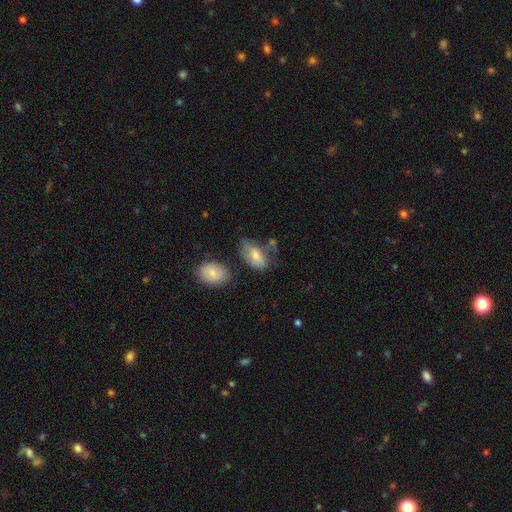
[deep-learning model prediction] smooth 69%, featured or disk 23%, star or artifact 8%. Down the decision tree: how rounded — in between (91%); merging — none (41%).